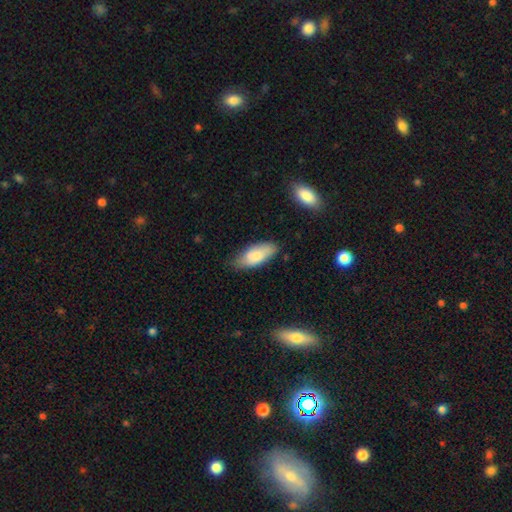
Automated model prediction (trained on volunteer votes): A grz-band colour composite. It shows a smooth galaxy with no disk features (77%) that is in between round and cigar-shaped (85%). Merging: none (70%).